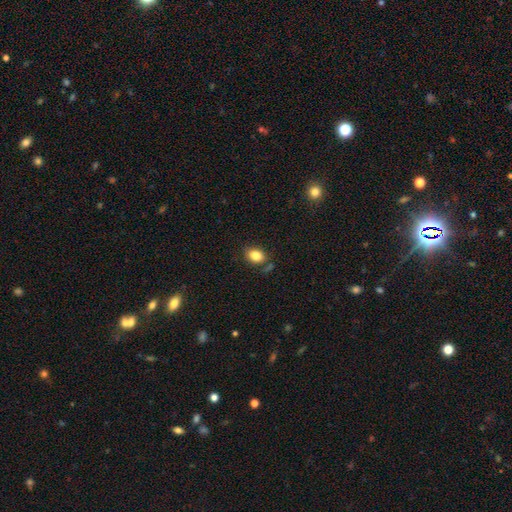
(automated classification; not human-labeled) smooth-or-featured: smooth: 83% | star or artifact: 10% | featured or disk: 7%
  how-rounded: in between: 68% | round: 30% | cigar-shaped: 1%
  merging: none: 73% | minor disturbance: 16% | merger: 7% | major disturbance: 4%